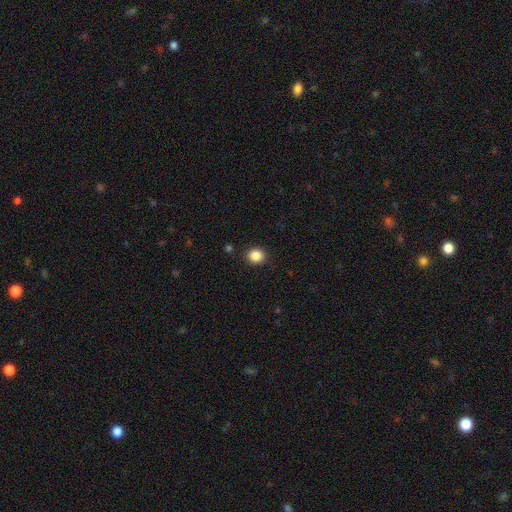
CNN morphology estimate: This is clearly a smooth galaxy (86%). How rounded: clearly round (86%). Merging: clearly none (91%).